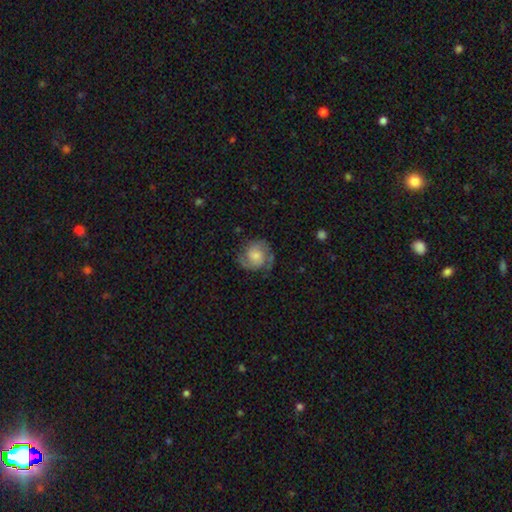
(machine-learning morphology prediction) smooth_or_featured: featured or disk (p=0.70) [alt: smooth p=0.22]
disk_edge_on: no (p=0.98) [alt: yes p=0.02]
bar: no (p=0.68) [alt: weak p=0.28]
has_spiral_arms: yes (p=0.93) [alt: no p=0.07]
spiral_winding: medium (p=0.46) [alt: tight p=0.36]
spiral_arm_count: 2 (p=0.84) [alt: can't tell p=0.07]
bulge_size: small (p=0.39) [tied with: moderate p=0.39]
merging: none (p=0.70) [alt: minor disturbance p=0.19]